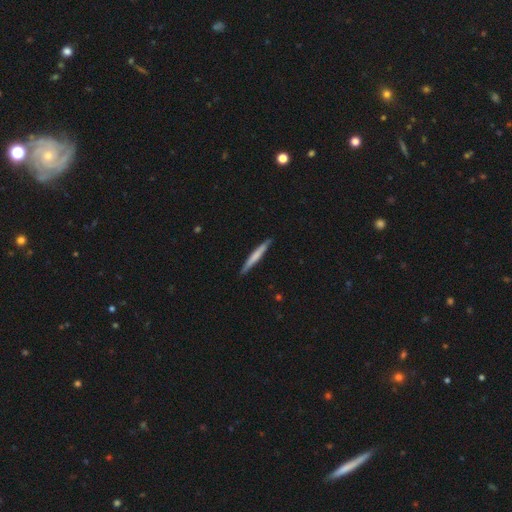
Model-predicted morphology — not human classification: The model was most divided on "smooth or featured": smooth: 62%, featured or disk: 33%, star or artifact: 5%. More confident: how rounded — cigar-shaped (96%); merging — none (88%).